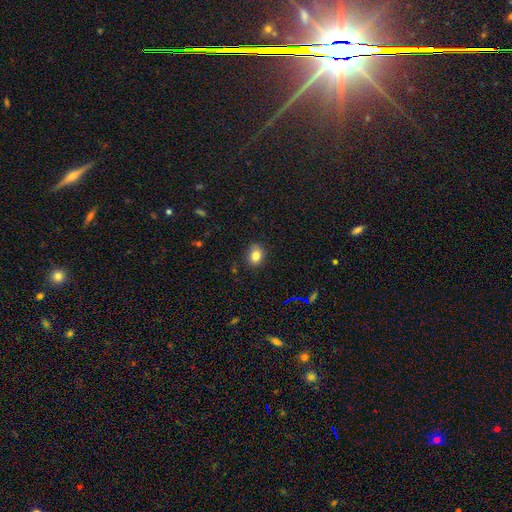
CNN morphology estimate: A smooth galaxy with no disk features (80%) that is in between round and cigar-shaped (55%). Merging: none (85%).